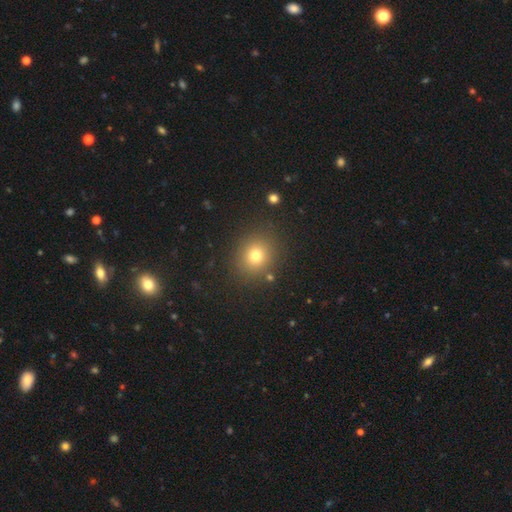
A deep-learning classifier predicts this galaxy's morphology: smooth-or-featured: smooth: 75% | star or artifact: 16% | featured or disk: 9%
  how-rounded: round: 81% | in between: 18% | cigar-shaped: 1%
  merging: none: 87% | minor disturbance: 8% | major disturbance: 3% | merger: 3%